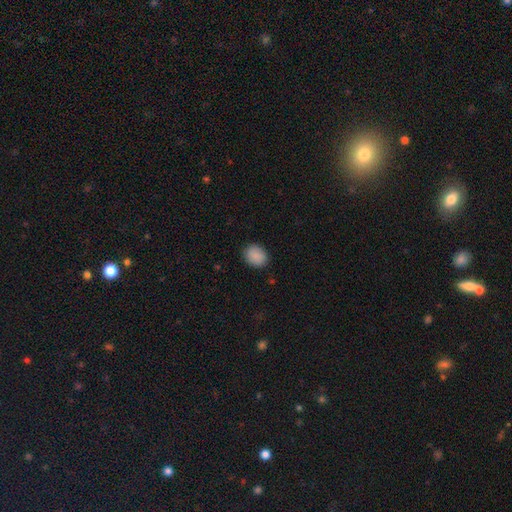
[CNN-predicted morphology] A smooth galaxy with no disk features (89%) that is round (60%).

Vote fractions:
- Smooth or featured? smooth: 89% / star or artifact: 8% / featured or disk: 3%
- How rounded? round: 60% / in between: 39% / cigar-shaped: 1%
- Merging? none: 88% / minor disturbance: 9% / major disturbance: 2% / merger: 1%